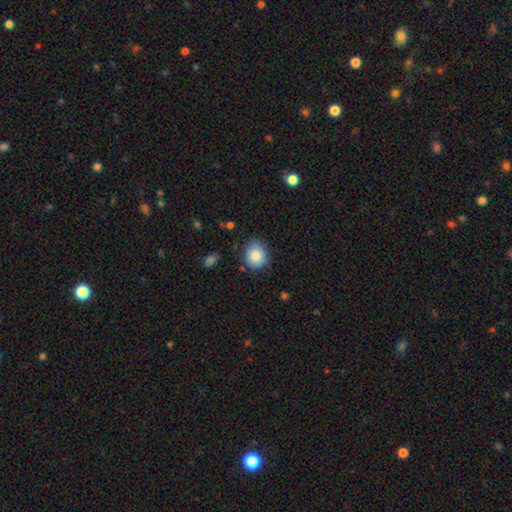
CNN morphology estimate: The model was most divided on "how rounded": round: 66%, in between: 34%, cigar-shaped: 1%. More confident: smooth or featured — smooth (84%); merging — none (76%).